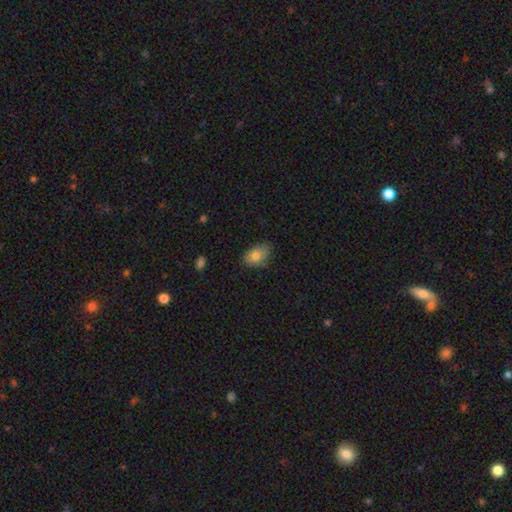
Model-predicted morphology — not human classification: The model was most divided on "merging": none: 71%, minor disturbance: 24%, major disturbance: 4%, merger: 1%. More confident: how rounded — in between (85%); smooth or featured — smooth (80%).